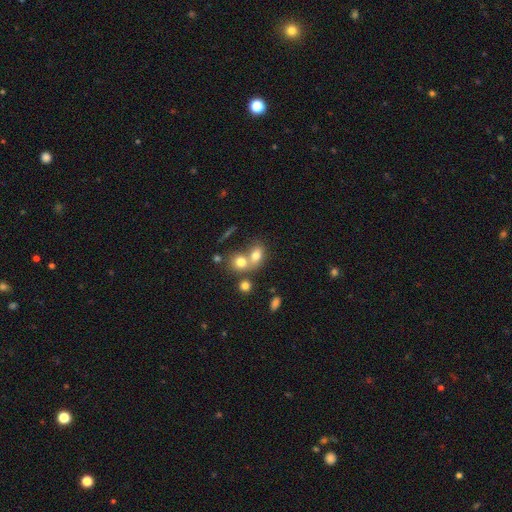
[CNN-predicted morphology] The model was most divided on "how rounded": in between: 61%, round: 37%, cigar-shaped: 2%. More confident: smooth or featured — smooth (72%); merging — merger (56%).